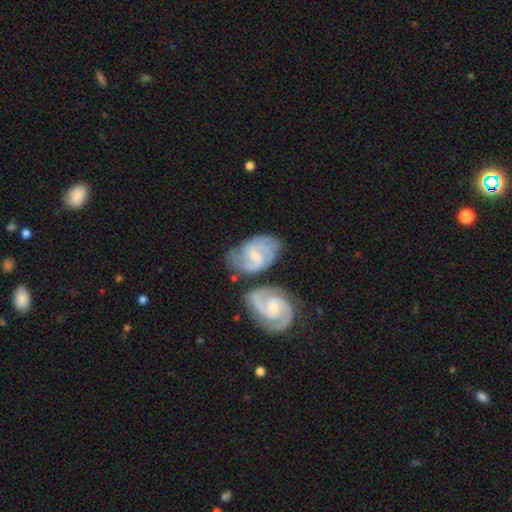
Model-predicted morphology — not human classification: The model was most divided on "spiral winding": medium: 51%, tight: 35%, loose: 14%. Remaining: edge-on disk — no (97%); spiral arms — yes (96%); smooth or featured — featured or disk (83%); bulge size — small (68%); bar — weak (55%); spiral arm count — 2 (54%); merging — none (50%).